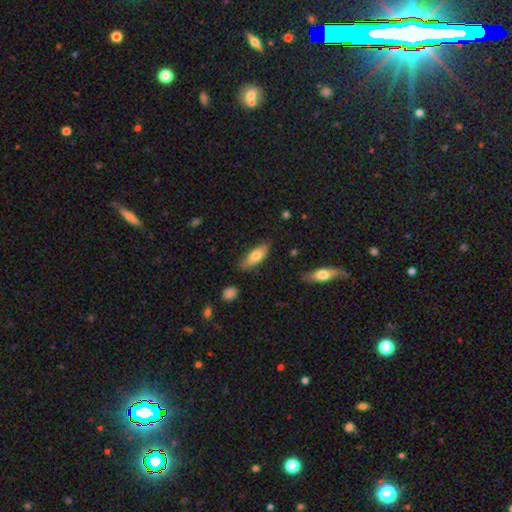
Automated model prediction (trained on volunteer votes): This appears to be a smooth galaxy with no disk features (77%) that is in between round and cigar-shaped (74%). Merging: none (78%).